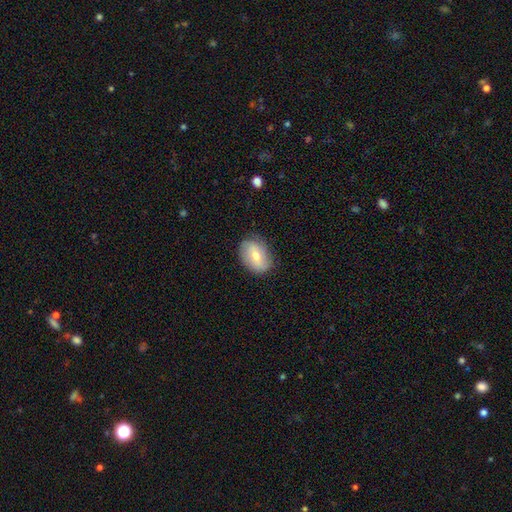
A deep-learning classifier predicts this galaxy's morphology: This is possibly a smooth galaxy (56%). How rounded: likely in between (76%). Merging: likely none (79%).